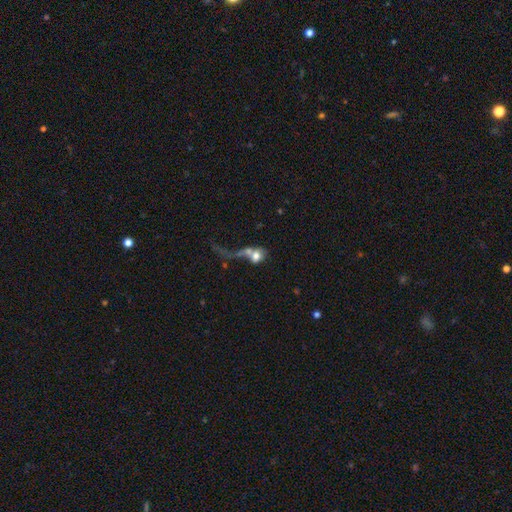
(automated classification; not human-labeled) smooth_or_featured: smooth (p=0.59) [alt: featured or disk p=0.30]
how_rounded: round (p=0.49) [alt: in between p=0.47]
merging: merger (p=0.47) [alt: major disturbance p=0.31]